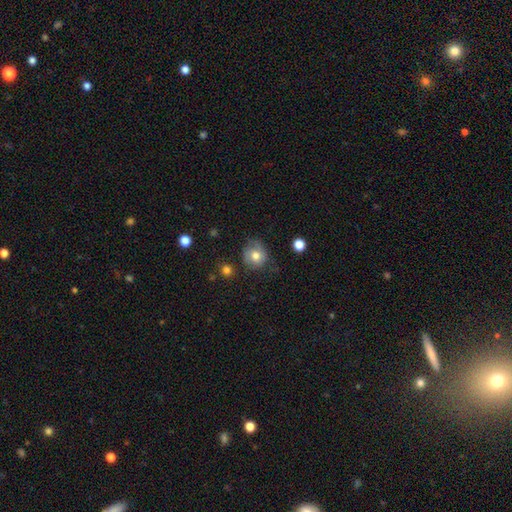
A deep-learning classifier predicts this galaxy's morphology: Smooth or featured? Predicted: smooth (p=0.71). How rounded? Predicted: round (p=0.81). Merging? Predicted: none (p=0.62).